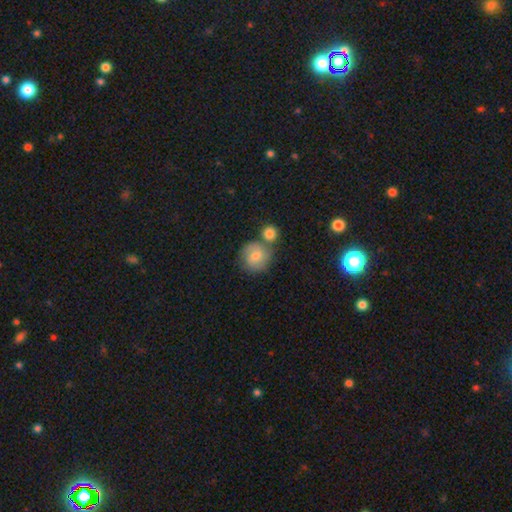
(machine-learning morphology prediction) Smooth or featured? smooth (60%)
How rounded? round (86%)
Merging? none (57%)